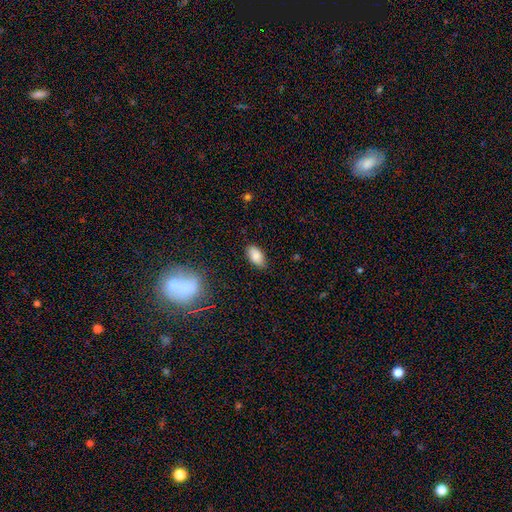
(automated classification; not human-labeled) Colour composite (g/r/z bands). It shows a smooth galaxy with no disk features (86%) that is in between round and cigar-shaped (94%). Merging: none (81%).